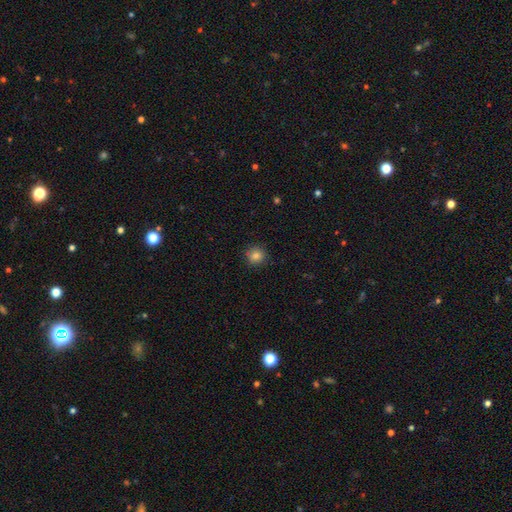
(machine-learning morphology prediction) smooth-or-featured: smooth: 83% | star or artifact: 11% | featured or disk: 6%
  how-rounded: round: 93% | in between: 7% | cigar-shaped: 1%
  merging: none: 90% | minor disturbance: 7% | major disturbance: 2% | merger: 1%